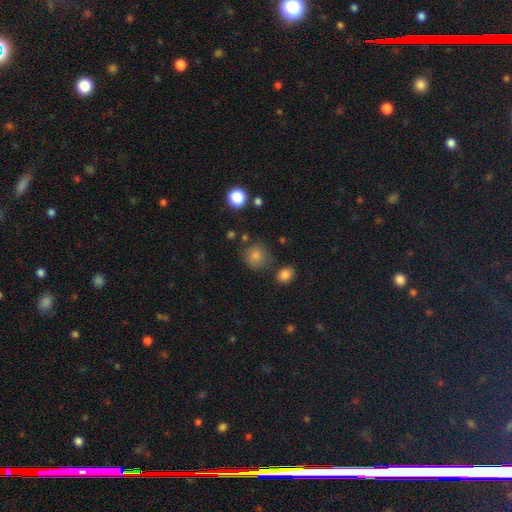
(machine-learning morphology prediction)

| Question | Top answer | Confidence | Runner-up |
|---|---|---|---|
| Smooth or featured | smooth | 83% | star or artifact (12%) |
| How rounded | round | 90% | in between (9%) |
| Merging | none | 79% | minor disturbance (12%) |